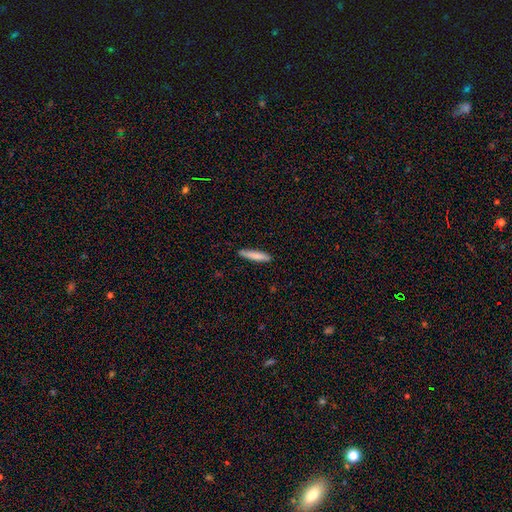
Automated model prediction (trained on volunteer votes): Smooth or featured? Predicted: smooth (p=0.82). How rounded? Predicted: cigar-shaped (p=0.87). Merging? Predicted: none (p=0.85).